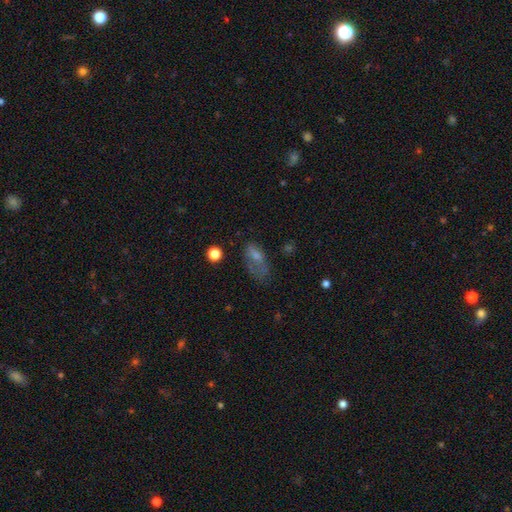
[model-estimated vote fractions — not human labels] Q: Smooth or featured?
A: smooth (60%); runner-up: featured or disk (26%)
Q: How rounded?
A: in between (84%); runner-up: cigar-shaped (8%)
Q: Merging?
A: major disturbance (35%); runner-up: none (34%)